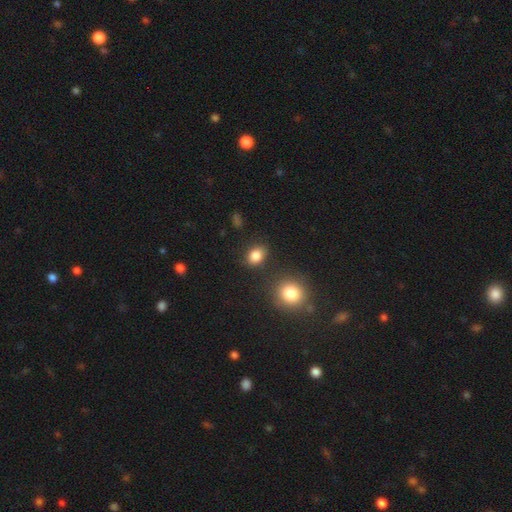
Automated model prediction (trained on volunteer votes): A smooth galaxy with no disk features (84%) that is in between round and cigar-shaped (66%). Merging: none (80%).